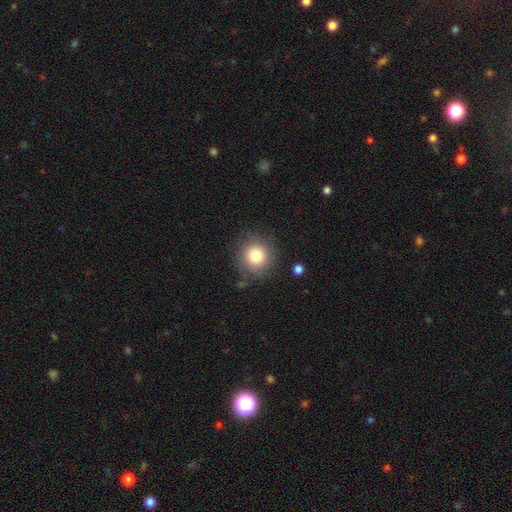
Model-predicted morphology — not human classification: A smooth galaxy with no disk features (82%) that is round (90%).

Vote fractions:
- Smooth or featured? smooth: 82% / star or artifact: 10% / featured or disk: 8%
- How rounded? round: 90% / in between: 9% / cigar-shaped: 1%
- Merging? none: 82% / minor disturbance: 11% / major disturbance: 4% / merger: 3%